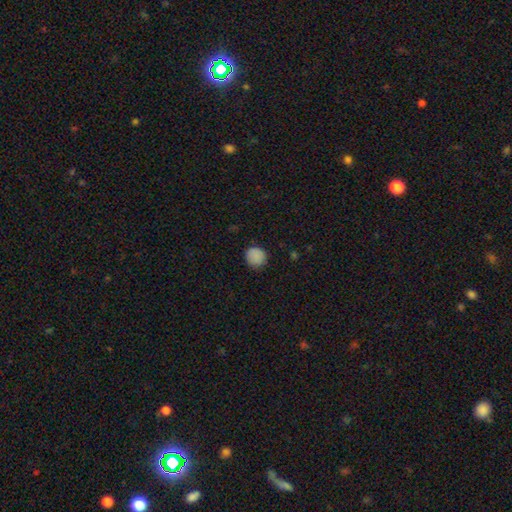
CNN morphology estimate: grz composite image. It shows a smooth galaxy with no disk features (87%) that is round (90%). Merging: none (84%).